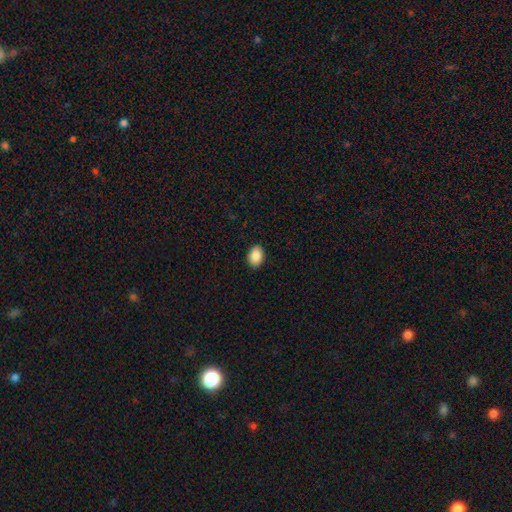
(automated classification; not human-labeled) Smooth or featured? smooth (89%)
How rounded? in between (82%)
Merging? none (89%)